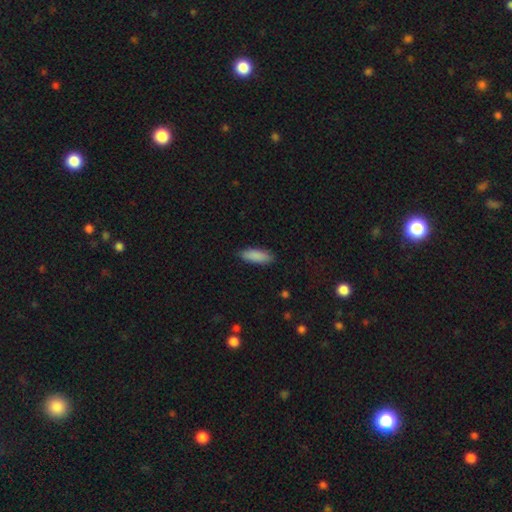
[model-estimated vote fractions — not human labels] This appears to be a smooth galaxy with no disk features (88%) that is in between round and cigar-shaped (65%). Merging: none (85%).